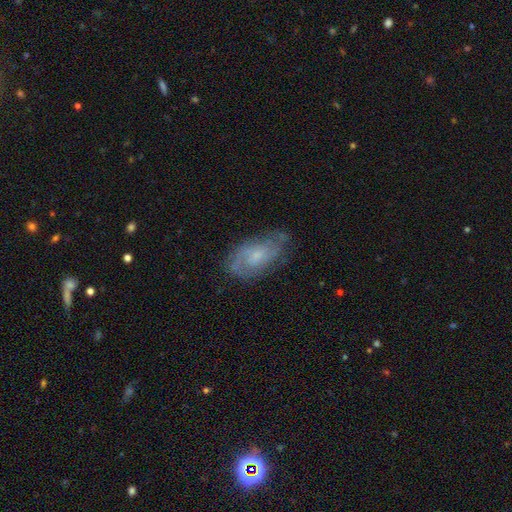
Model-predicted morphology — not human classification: smooth_or_featured: featured or disk (p=0.71) [alt: smooth p=0.22]
disk_edge_on: no (p=0.95) [alt: yes p=0.05]
bar: no (p=0.63) [alt: weak p=0.33]
has_spiral_arms: yes (p=0.88) [alt: no p=0.12]
spiral_winding: medium (p=0.43) [alt: tight p=0.40]
spiral_arm_count: 2 (p=0.52) [alt: can't tell p=0.29]
bulge_size: small (p=0.56) [alt: moderate p=0.30]
merging: none (p=0.67) [alt: minor disturbance p=0.22]